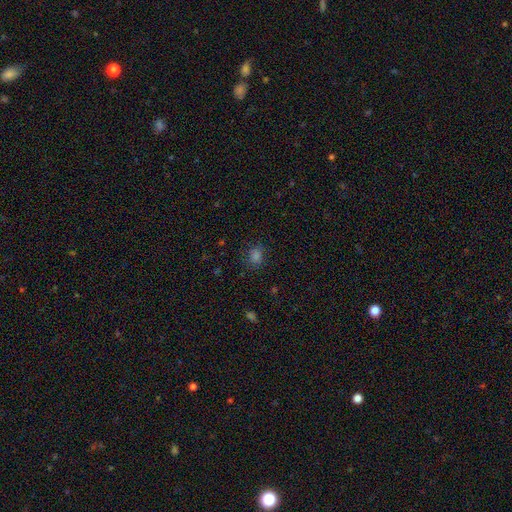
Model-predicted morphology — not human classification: This is likely a smooth galaxy (71%). How rounded: likely round (63%). Merging: clearly none (82%).